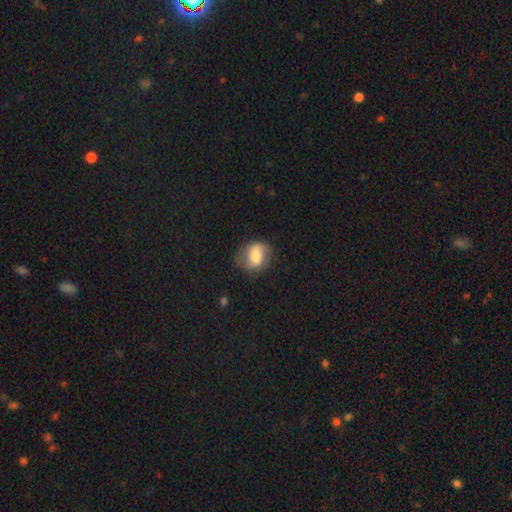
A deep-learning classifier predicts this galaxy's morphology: smooth-or-featured: smooth: 57% | featured or disk: 35% | star or artifact: 8%
  how-rounded: round: 55% | in between: 43% | cigar-shaped: 1%
  merging: none: 71% | minor disturbance: 20% | major disturbance: 8% | merger: 1%